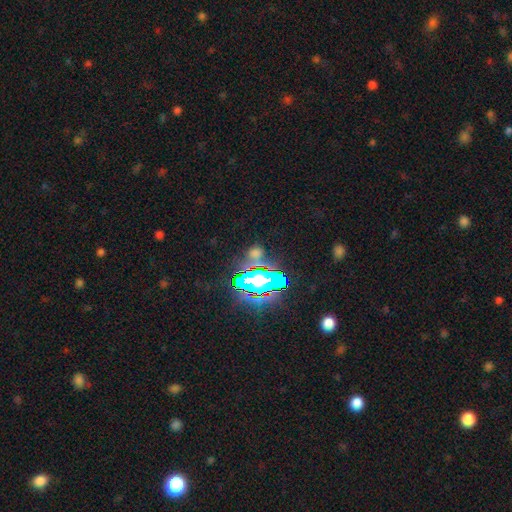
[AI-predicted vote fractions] This is likely a star or artifact rather than a galaxy (61%).